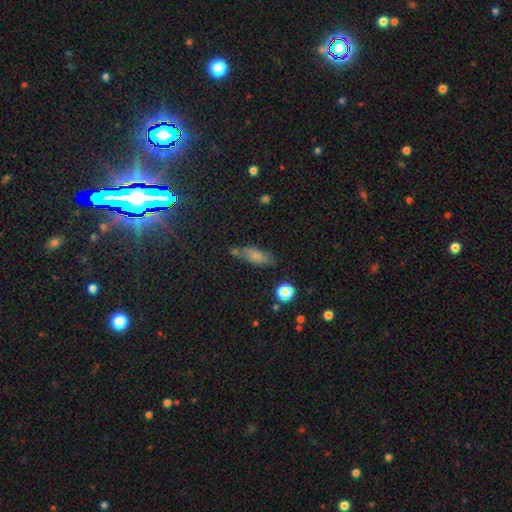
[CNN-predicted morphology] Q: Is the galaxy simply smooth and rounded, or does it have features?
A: smooth — 77%.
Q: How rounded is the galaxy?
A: in between — 71%.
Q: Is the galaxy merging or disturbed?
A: none — 59%.